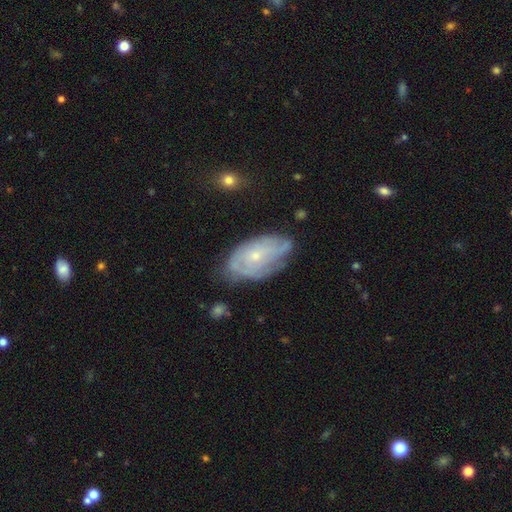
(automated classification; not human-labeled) This appears to be a featured or disk galaxy (67%) with no bar (80%), spiral arms (79%) and a small central bulge (73%). Merging: none (62%).